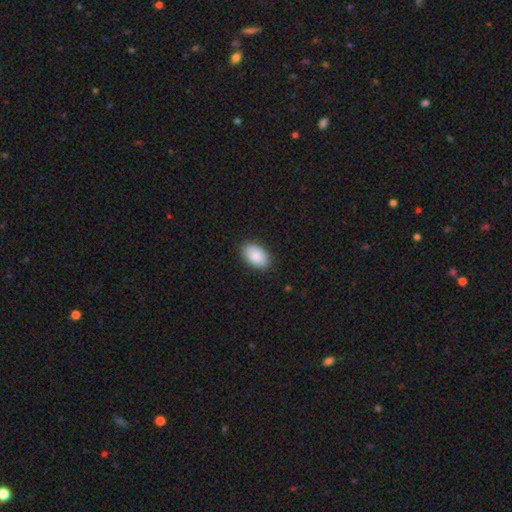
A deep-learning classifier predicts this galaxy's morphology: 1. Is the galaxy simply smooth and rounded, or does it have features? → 89% smooth, 6% star or artifact, 5% featured or disk.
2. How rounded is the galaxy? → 94% in between, 5% round, 1% cigar-shaped.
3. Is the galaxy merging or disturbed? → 89% none, 9% minor disturbance, 2% major disturbance, 1% merger.